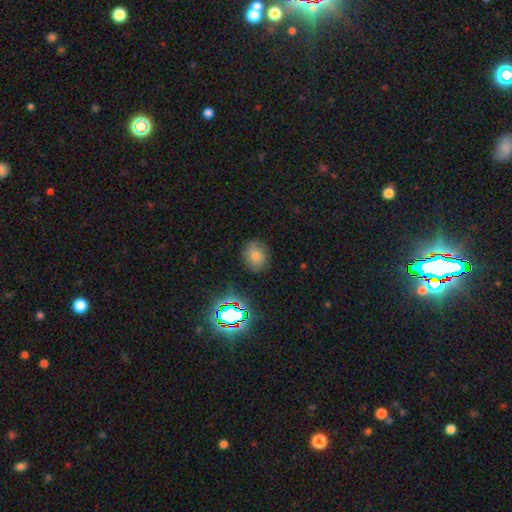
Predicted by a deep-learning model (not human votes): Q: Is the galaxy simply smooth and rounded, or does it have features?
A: smooth — 68%.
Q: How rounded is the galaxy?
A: in between — 52%.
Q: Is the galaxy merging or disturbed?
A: none — 81%.